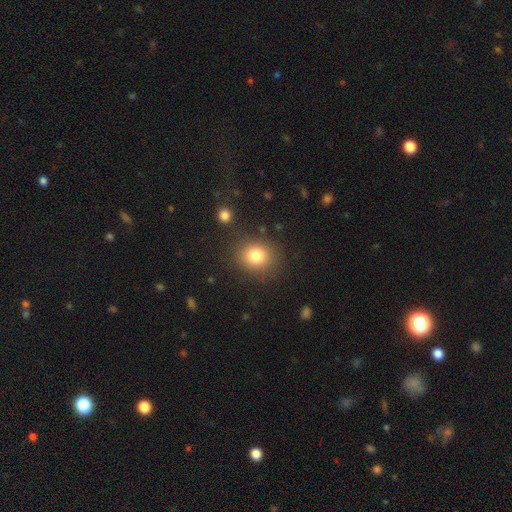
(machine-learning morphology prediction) The model was most divided on "how rounded": round: 73%, in between: 26%, cigar-shaped: 1%. More confident: merging — none (84%); smooth or featured — smooth (80%).